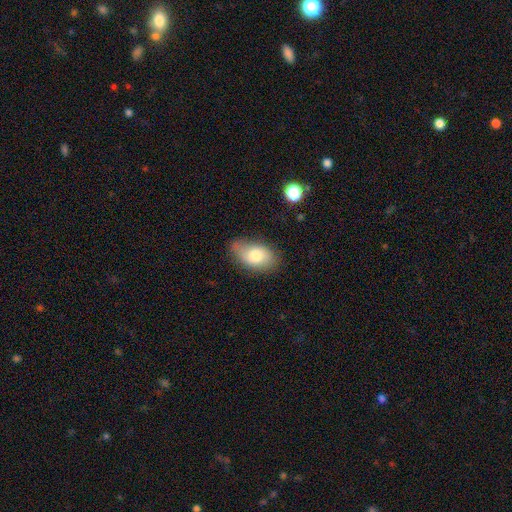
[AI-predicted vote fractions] Morphology: type=smooth (74%); roundness=in between (91%); merging=none (65%).